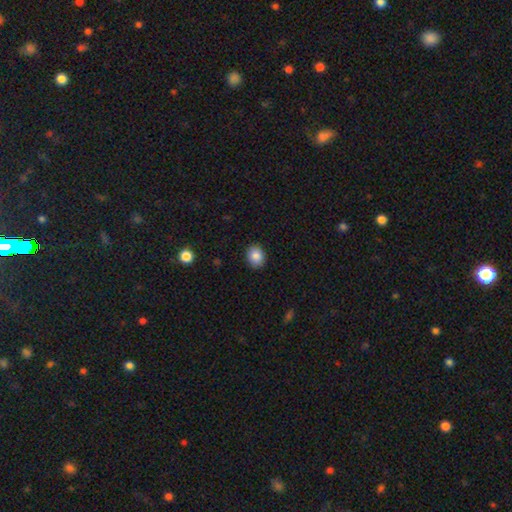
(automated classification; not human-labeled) This appears to be a smooth galaxy with no disk features (87%) that is round (60%). Merging: none (89%).